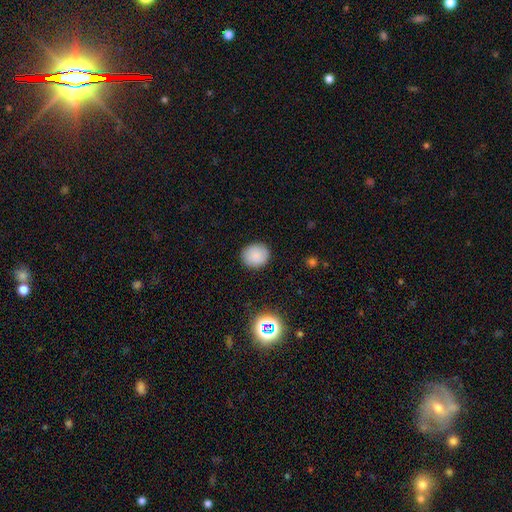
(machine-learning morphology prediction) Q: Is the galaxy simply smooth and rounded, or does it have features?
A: smooth — 85%.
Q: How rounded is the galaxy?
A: round — 77%.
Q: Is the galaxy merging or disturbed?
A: none — 89%.